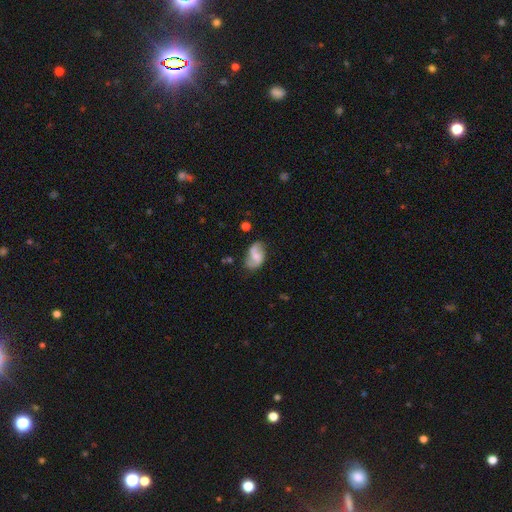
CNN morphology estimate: Smooth or featured: featured or disk — 64% (smooth — 28%)
Edge-on disk: no — 97% (yes — 3%)
Bar: weak — 47% (no — 39%)
Spiral arms: yes — 90% (no — 10%)
Spiral winding: loose — 59% (medium — 31%)
Spiral arm count: 2 — 88% (can't tell — 6%)
Bulge size: small — 43% (moderate — 38%)
Merging: none — 66% (minor disturbance — 23%)